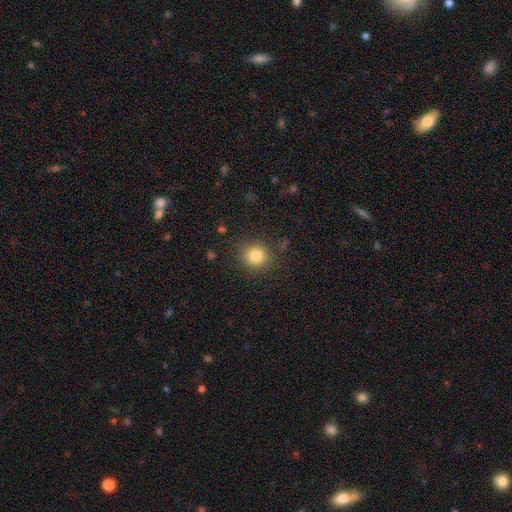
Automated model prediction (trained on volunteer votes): Morphology: type=smooth (83%); roundness=round (89%); merging=none (87%).